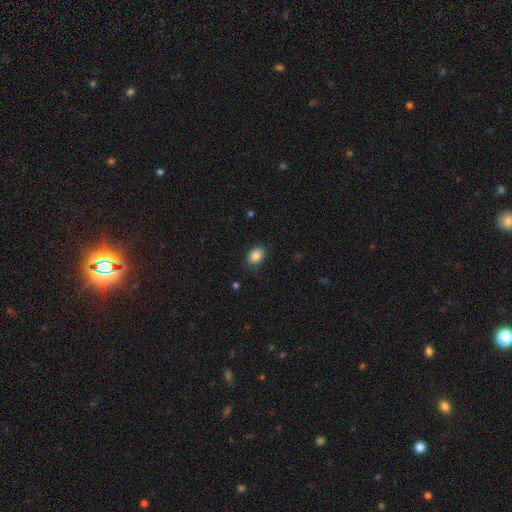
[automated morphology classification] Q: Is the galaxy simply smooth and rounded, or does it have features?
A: smooth — 85%.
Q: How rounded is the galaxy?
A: in between — 70%.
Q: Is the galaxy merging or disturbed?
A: none — 82%.